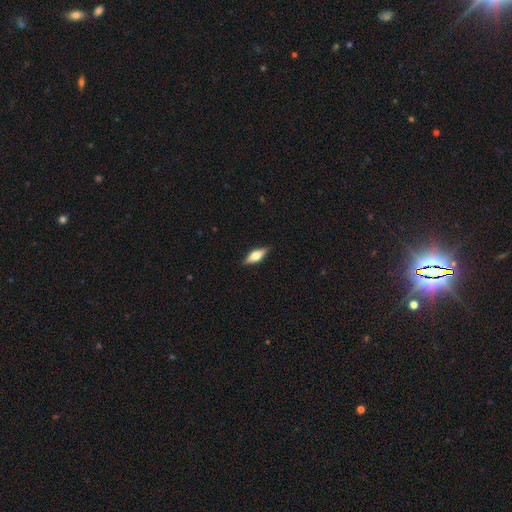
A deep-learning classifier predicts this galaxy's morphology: Q: Smooth or featured?
A: featured or disk (51%); runner-up: smooth (42%)
Q: Edge-on disk?
A: yes (93%); runner-up: no (7%)
Q: Merging?
A: none (88%); runner-up: minor disturbance (9%)